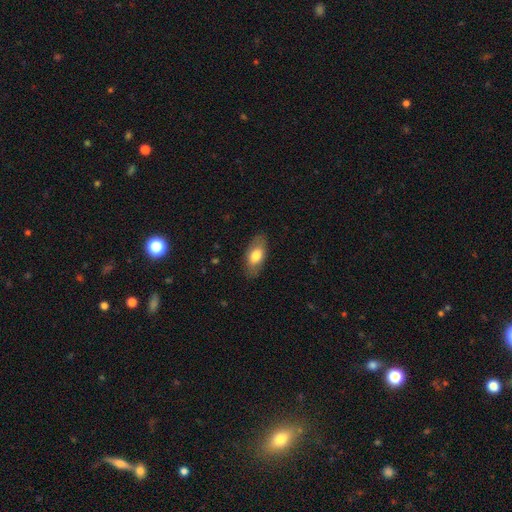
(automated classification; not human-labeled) A smooth galaxy with no disk features (74%) that is in between round and cigar-shaped (89%). Merging: none (84%).